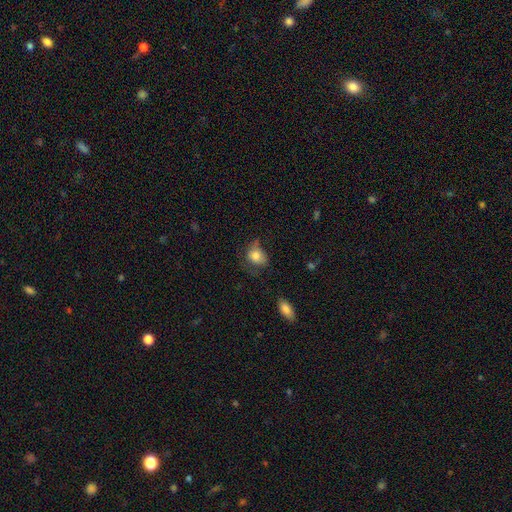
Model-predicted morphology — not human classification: type=smooth (79%); roundness=in between (56%); merging=none (42%).